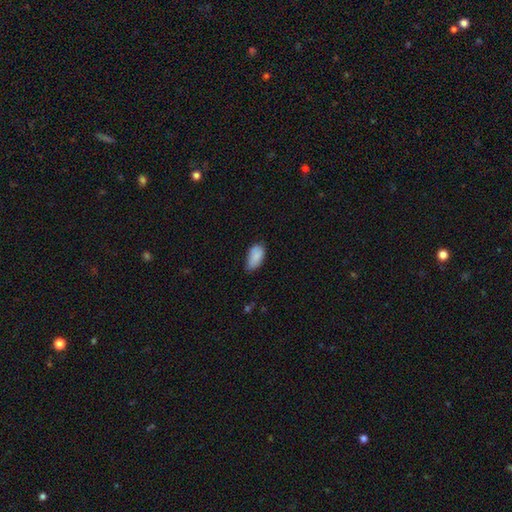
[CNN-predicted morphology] Q: Smooth or featured?
A: smooth (85%); runner-up: star or artifact (7%)
Q: How rounded?
A: in between (93%); runner-up: round (4%)
Q: Merging?
A: none (52%); runner-up: minor disturbance (38%)